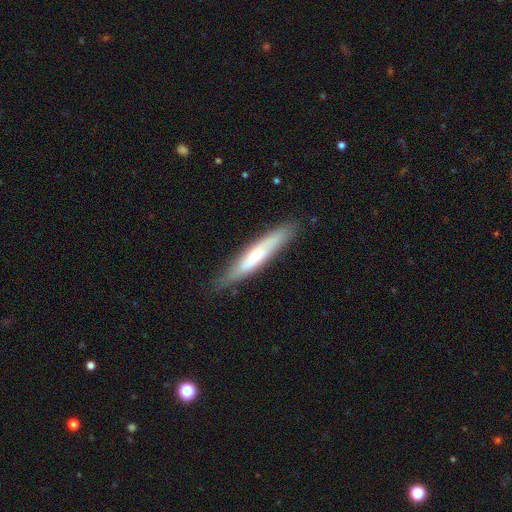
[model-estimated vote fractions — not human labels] Smooth or featured: smooth — 51% (featured or disk — 43%)
How rounded: cigar-shaped — 88% (in between — 11%)
Merging: none — 81% (minor disturbance — 14%)